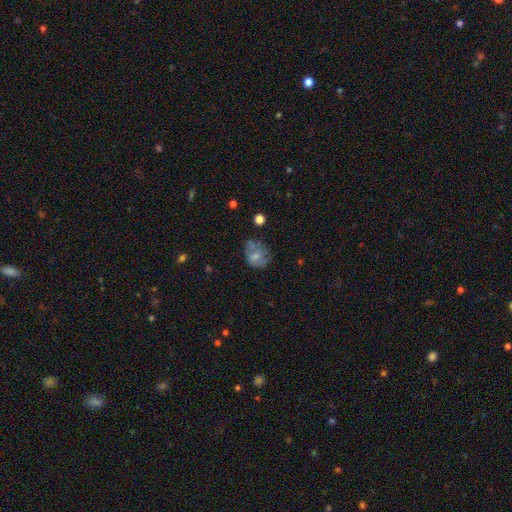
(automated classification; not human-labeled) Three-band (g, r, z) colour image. It shows a smooth galaxy with no disk features (55%) that is round (56%). Merging: none (43%).